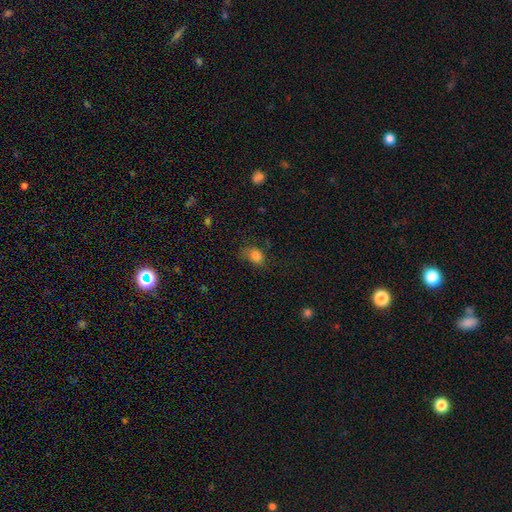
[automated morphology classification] A smooth galaxy with no disk features (80%) that is in between round and cigar-shaped (67%). Merging: none (48%).